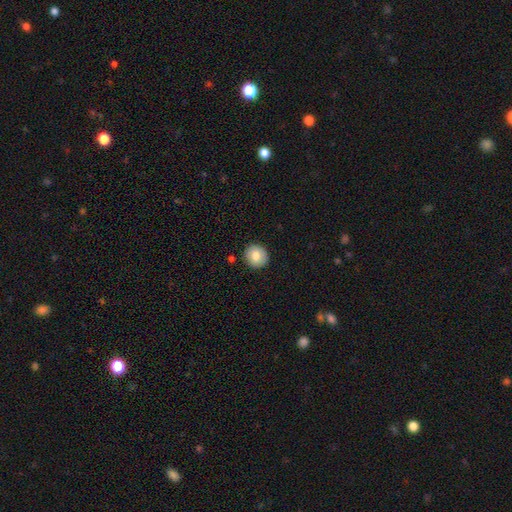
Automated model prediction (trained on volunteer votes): Smooth or featured?
  - smooth: 81% *
  - featured or disk: 12%
  - star or artifact: 8%
How rounded?
  - round: 90% *
  - in between: 9%
  - cigar-shaped: 1%
Merging?
  - none: 90% *
  - minor disturbance: 7%
  - merger: 2%
  - major disturbance: 2%